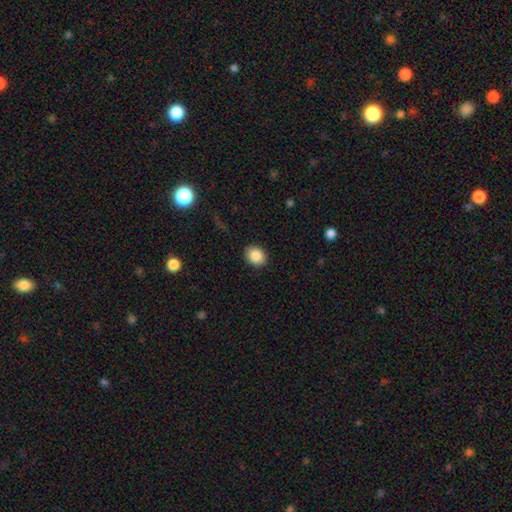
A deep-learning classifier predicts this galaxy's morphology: Smooth or featured: smooth — 87% (star or artifact — 9%)
How rounded: round — 53% (in between — 46%)
Merging: none — 89% (minor disturbance — 7%)